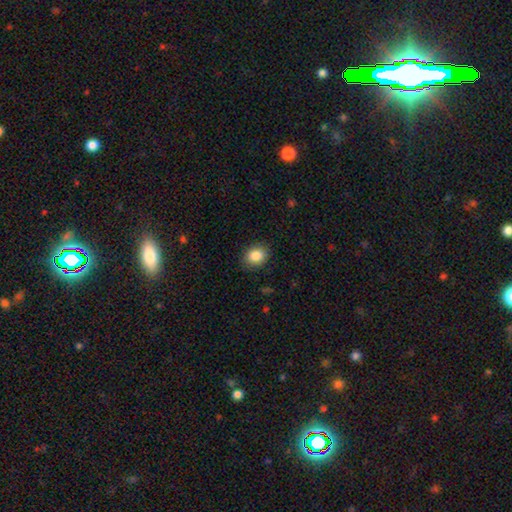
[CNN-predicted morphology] smooth-or-featured: smooth: 86% | star or artifact: 9% | featured or disk: 6%
  how-rounded: round: 52% | in between: 47% | cigar-shaped: 1%
  merging: none: 86% | minor disturbance: 10% | major disturbance: 3% | merger: 1%